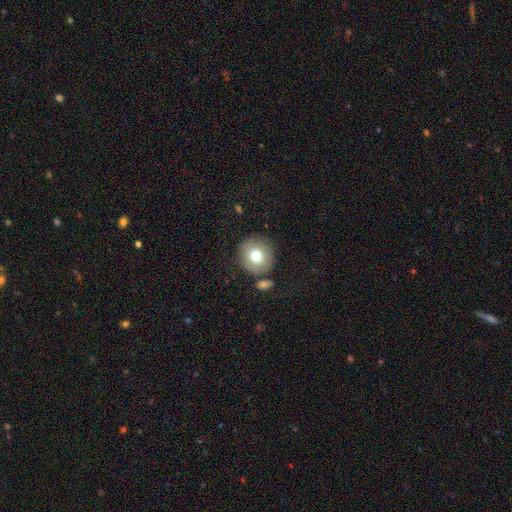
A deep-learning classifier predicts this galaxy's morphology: smooth-or-featured: smooth: 74% | featured or disk: 17% | star or artifact: 9%
  how-rounded: round: 91% | in between: 8% | cigar-shaped: 1%
  merging: none: 77% | minor disturbance: 11% | merger: 9% | major disturbance: 4%